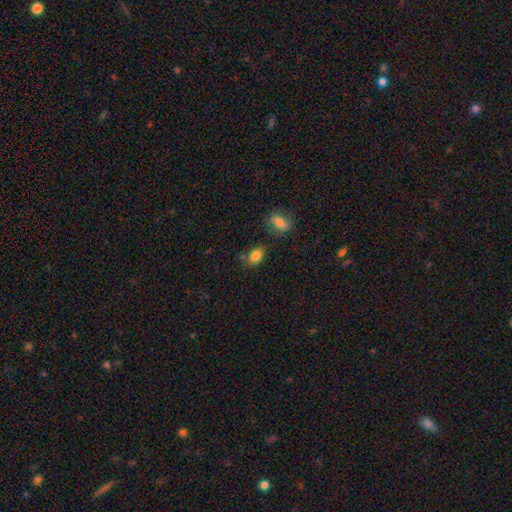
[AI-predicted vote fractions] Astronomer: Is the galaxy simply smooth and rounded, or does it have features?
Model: smooth — 84%.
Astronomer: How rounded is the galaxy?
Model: in between — 82%.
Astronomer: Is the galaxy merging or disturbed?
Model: none — 68%.